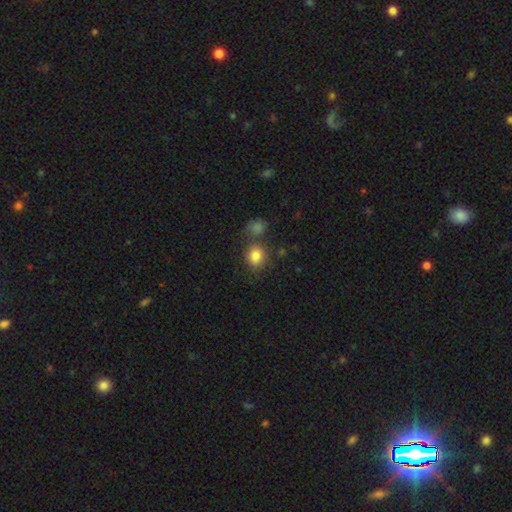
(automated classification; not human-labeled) smooth_or_featured: smooth (p=0.83) [alt: star or artifact p=0.11]
how_rounded: round (p=0.63) [alt: in between p=0.36]
merging: none (p=0.65) [alt: merger p=0.16]